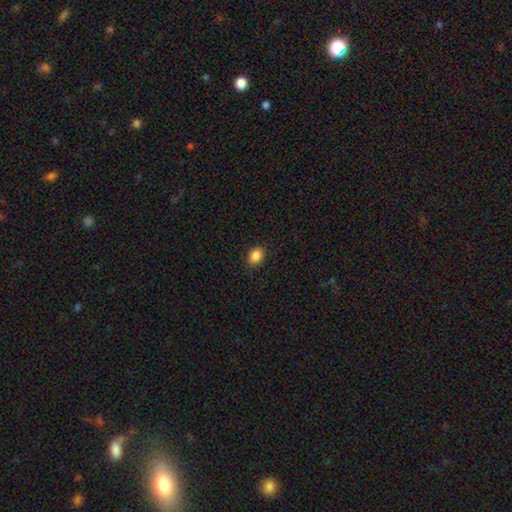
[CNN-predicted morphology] smooth-or-featured: smooth: 87% | star or artifact: 9% | featured or disk: 4%
  how-rounded: in between: 60% | round: 39% | cigar-shaped: 1%
  merging: none: 89% | minor disturbance: 8% | major disturbance: 2% | merger: 1%